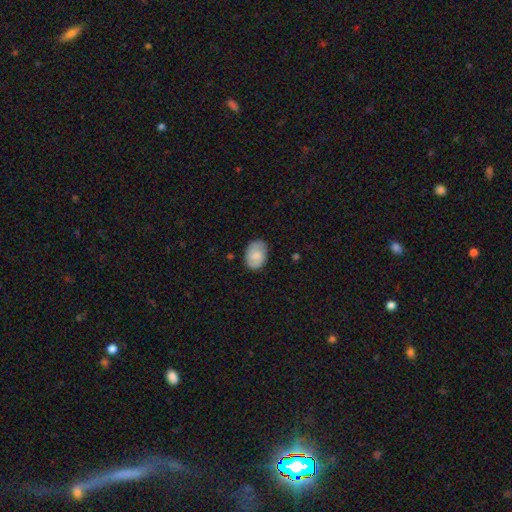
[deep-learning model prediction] Morphology: type=smooth (79%); roundness=in between (78%); merging=none (81%).